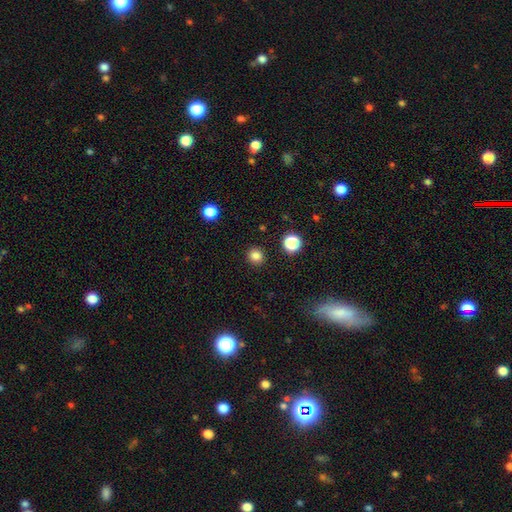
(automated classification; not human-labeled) smooth_or_featured: smooth (p=0.83) [alt: star or artifact p=0.13]
how_rounded: round (p=0.90) [alt: in between p=0.09]
merging: none (p=0.91) [alt: minor disturbance p=0.05]